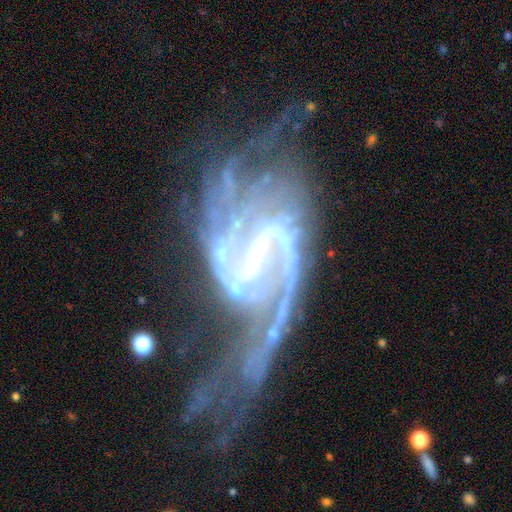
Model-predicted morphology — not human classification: Smooth or featured? Predicted: featured or disk (p=0.91). Edge-on disk? Predicted: no (p=0.97). Bar? Predicted: strong (p=0.55). Spiral arms? Predicted: yes (p=0.96). Spiral winding? Predicted: medium (p=0.42). Spiral arm count? Predicted: 2 (p=0.60). Bulge size? Predicted: small (p=0.71). Merging? Predicted: major disturbance (p=0.40).